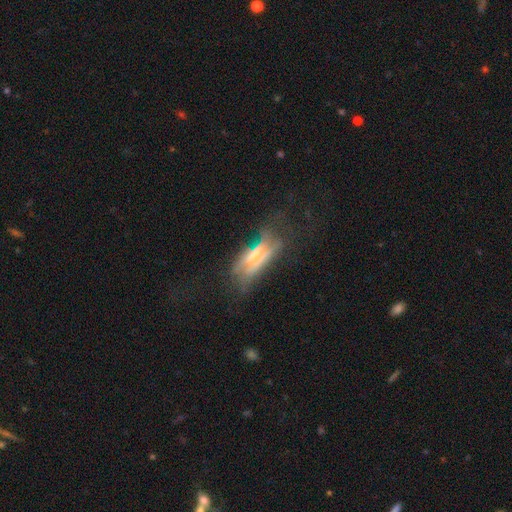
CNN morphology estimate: type=featured or disk (51%); edge-on=yes (58%); merging=none (47%).